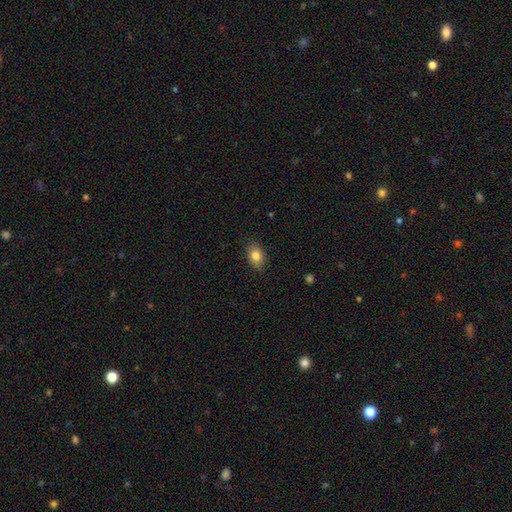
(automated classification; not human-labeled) A smooth galaxy with no disk features (82%) that is in between round and cigar-shaped (80%).

Vote fractions:
- Smooth or featured? smooth: 82% / featured or disk: 9% / star or artifact: 8%
- How rounded? in between: 80% / round: 18% / cigar-shaped: 2%
- Merging? none: 85% / minor disturbance: 12% / major disturbance: 2% / merger: 1%